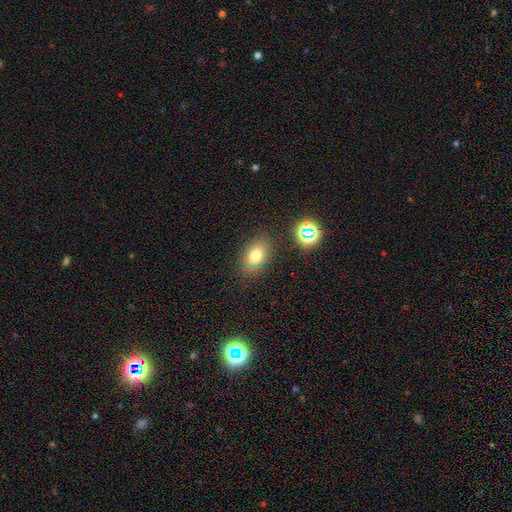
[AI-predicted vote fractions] Q: Smooth or featured?
A: smooth (71%); runner-up: star or artifact (17%)
Q: How rounded?
A: in between (75%); runner-up: round (23%)
Q: Merging?
A: none (81%); runner-up: minor disturbance (13%)